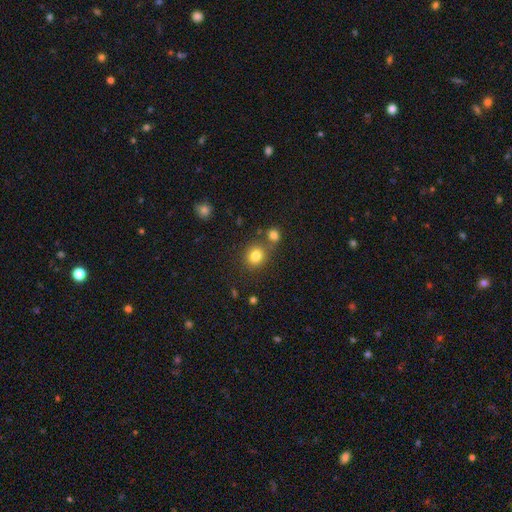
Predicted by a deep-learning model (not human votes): The model was most divided on "merging": none: 72%, merger: 15%, minor disturbance: 10%, major disturbance: 3%. More confident: smooth or featured — smooth (81%); how rounded — round (81%).